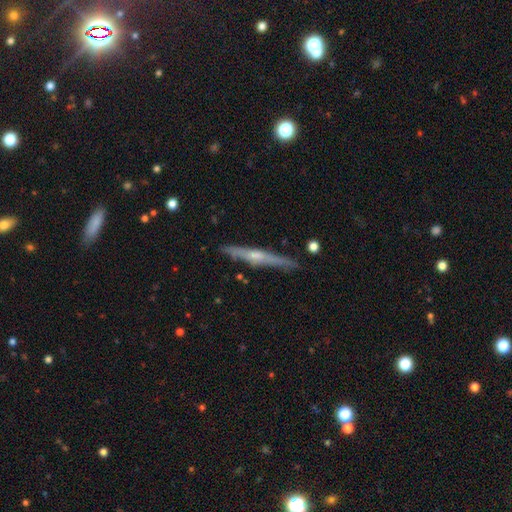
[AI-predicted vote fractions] Smooth or featured?
  - featured or disk: 67% *
  - smooth: 27%
  - star or artifact: 6%
Edge-on disk?
  - yes: 96% *
  - no: 4%
Edge-on bulge?
  - rounded: 65% *
  - none: 26%
  - boxy: 8%
Merging?
  - none: 86% *
  - minor disturbance: 10%
  - major disturbance: 2%
  - merger: 2%